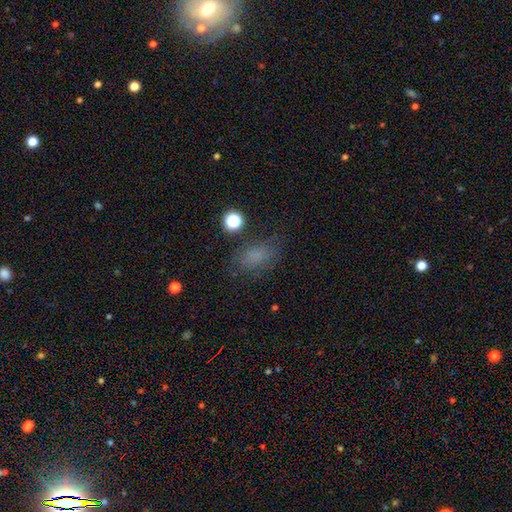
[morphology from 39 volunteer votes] Smooth or featured: smooth — 79% (featured or disk — 10%)
How rounded: in between — 90% (round — 10%)
Merging: none — 77% (minor disturbance — 23%)